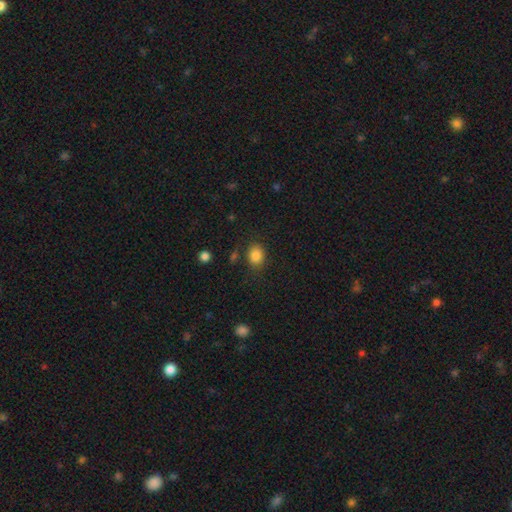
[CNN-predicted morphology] Smooth or featured?
  - smooth: 84% *
  - star or artifact: 10%
  - featured or disk: 5%
How rounded?
  - round: 51% *
  - in between: 48%
  - cigar-shaped: 1%
Merging?
  - none: 78% *
  - minor disturbance: 14%
  - major disturbance: 5%
  - merger: 3%